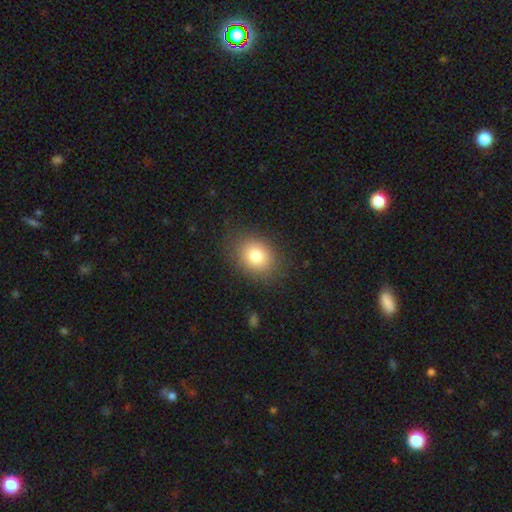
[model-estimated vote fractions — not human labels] The model was most divided on "how rounded": in between: 51%, round: 48%, cigar-shaped: 1%. More confident: merging — none (82%); smooth or featured — smooth (80%).